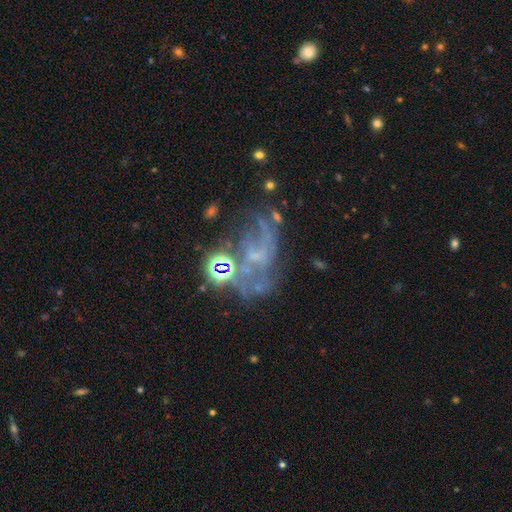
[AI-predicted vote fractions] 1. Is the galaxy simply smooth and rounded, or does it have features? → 64% featured or disk, 23% star or artifact, 13% smooth.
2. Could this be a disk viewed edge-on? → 97% no, 3% yes.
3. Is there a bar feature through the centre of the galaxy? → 69% no, 24% weak, 8% strong.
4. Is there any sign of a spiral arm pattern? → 53% yes, 47% no.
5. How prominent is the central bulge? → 53% none, 33% small, 11% moderate, 2% large, 1% dominant.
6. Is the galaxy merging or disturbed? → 35% major disturbance, 32% none, 16% merger, 16% minor disturbance.